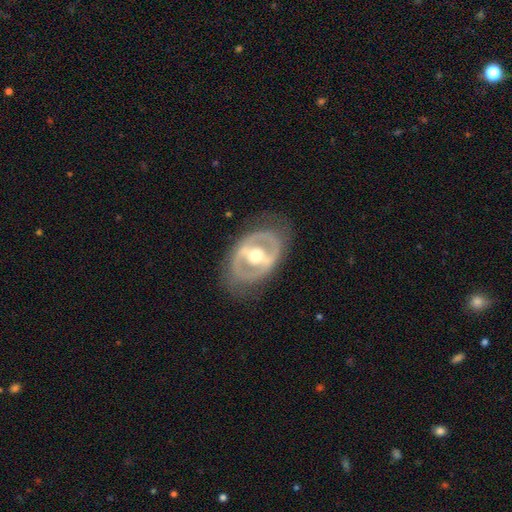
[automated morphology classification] Smooth or featured? featured or disk (77%)
Edge-on disk? no (93%)
Bar? strong (51%)
Spiral arms? no (72%)
Bulge size? moderate (71%)
Merging? none (75%)